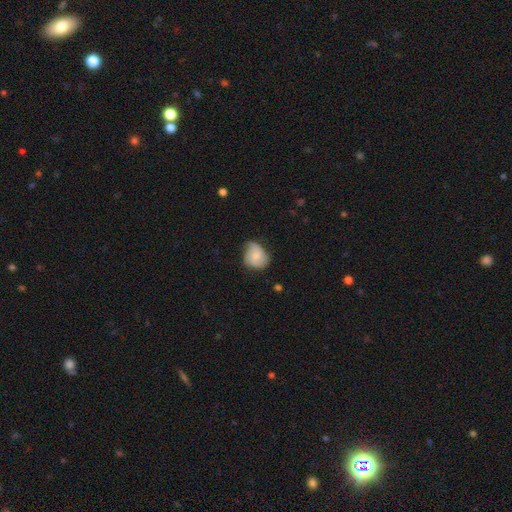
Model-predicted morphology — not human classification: Q: Smooth or featured?
A: smooth (62%); runner-up: featured or disk (31%)
Q: How rounded?
A: round (59%); runner-up: in between (40%)
Q: Merging?
A: none (51%); runner-up: minor disturbance (37%)